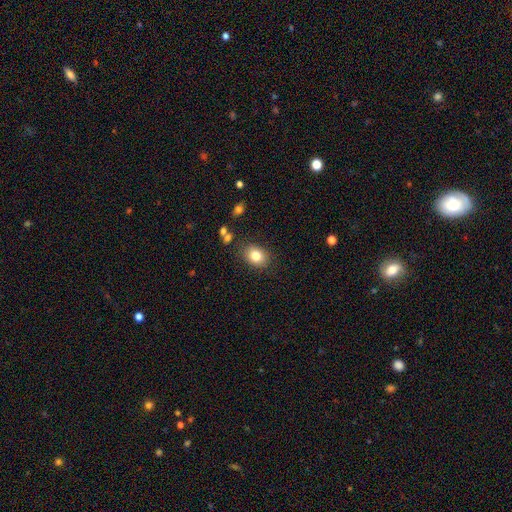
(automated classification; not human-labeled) This is clearly a smooth galaxy (81%). How rounded: possibly in between (60%). Merging: clearly none (84%).